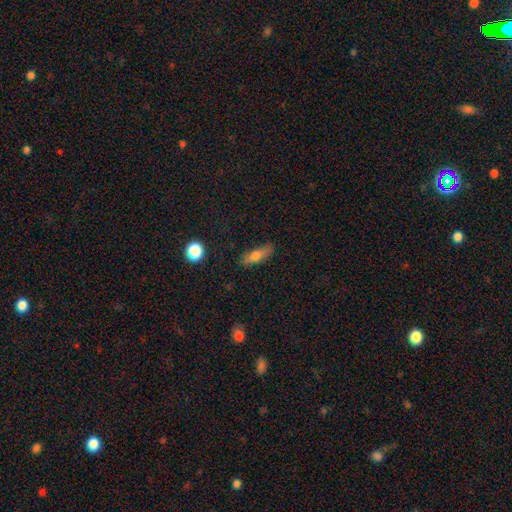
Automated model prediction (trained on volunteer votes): A smooth galaxy with no disk features (62%) that is cigar-shaped (56%). Merging: none (83%).